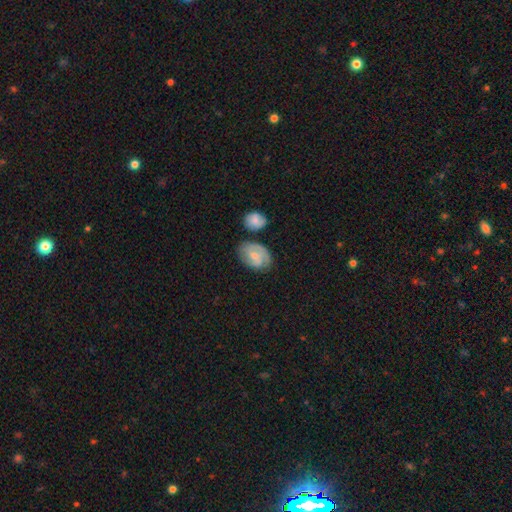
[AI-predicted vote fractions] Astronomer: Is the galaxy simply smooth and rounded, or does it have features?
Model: featured or disk — 60%.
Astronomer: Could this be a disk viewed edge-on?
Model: no — 97%.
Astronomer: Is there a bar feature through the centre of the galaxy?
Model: no — 49% (runner-up: weak, 44%).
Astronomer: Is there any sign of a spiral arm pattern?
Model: yes — 85%.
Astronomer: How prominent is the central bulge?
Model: small — 53% (runner-up: moderate, 39%).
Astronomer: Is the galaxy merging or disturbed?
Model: none — 62%.